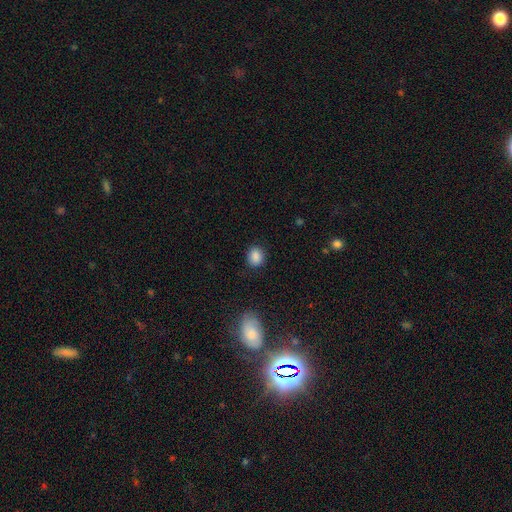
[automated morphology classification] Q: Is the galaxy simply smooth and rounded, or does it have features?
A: smooth — 87%.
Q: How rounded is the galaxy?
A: round — 62%.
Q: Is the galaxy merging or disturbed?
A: none — 86%.